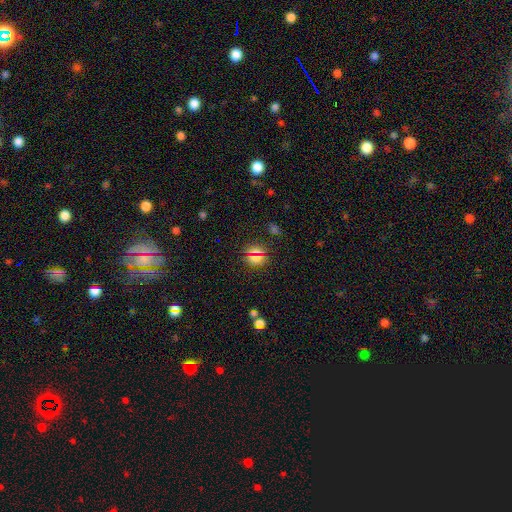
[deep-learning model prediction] Smooth or featured: smooth — 59% (star or artifact — 33%)
How rounded: round — 70% (in between — 26%)
Merging: none — 82% (minor disturbance — 10%)